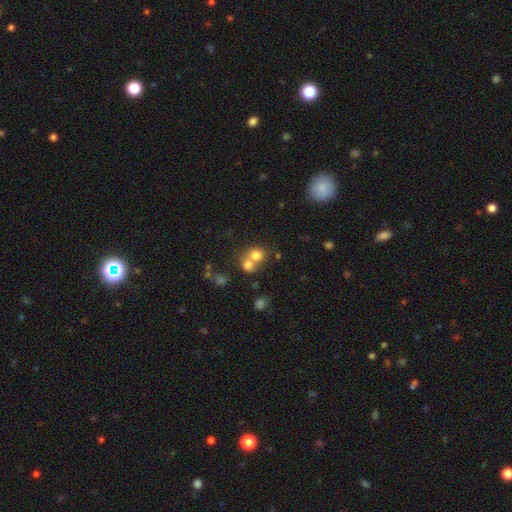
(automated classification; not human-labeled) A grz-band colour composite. It shows a smooth galaxy with no disk features (75%) that is round (79%). Merging: merger (55%).